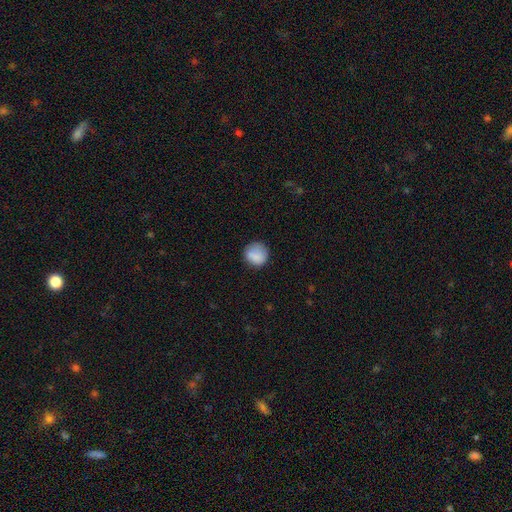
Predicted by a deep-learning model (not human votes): This appears to be a smooth galaxy with no disk features (84%) that is round (87%). Merging: none (76%).